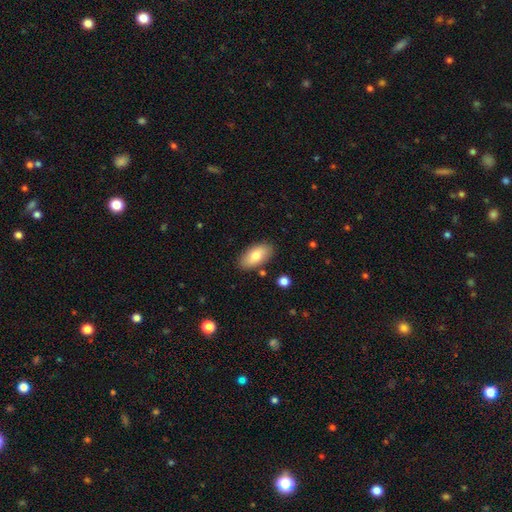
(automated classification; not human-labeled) This appears to be a smooth galaxy with no disk features (76%) that is in between round and cigar-shaped (92%). Merging: none (85%).